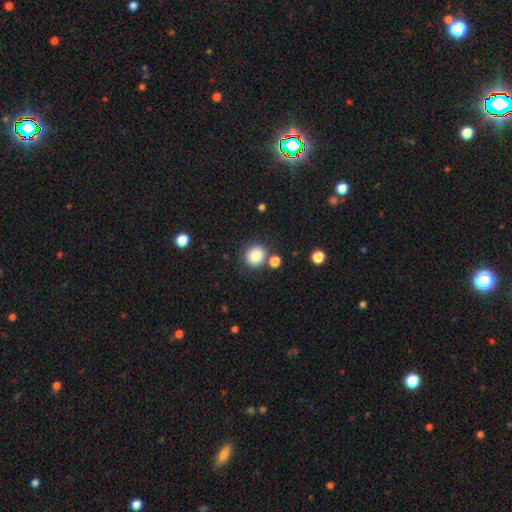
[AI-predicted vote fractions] A smooth galaxy with no disk features (85%) that is round (86%). Merging: none (77%).